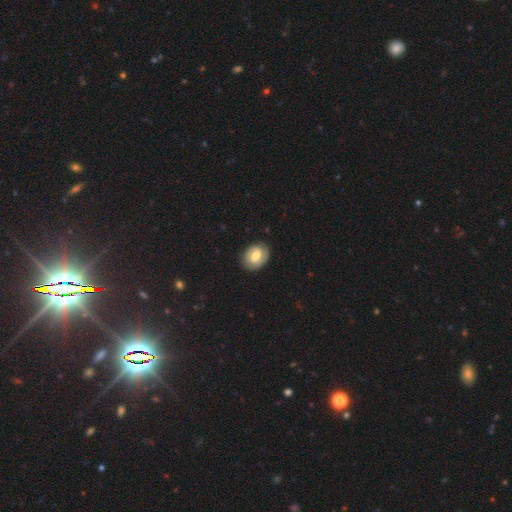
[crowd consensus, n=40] Smooth or featured: smooth — 55% (featured or disk — 42%)
How rounded: round — 50% (tied with in between — 50%)
Merging: none — 92% (minor disturbance — 5%)